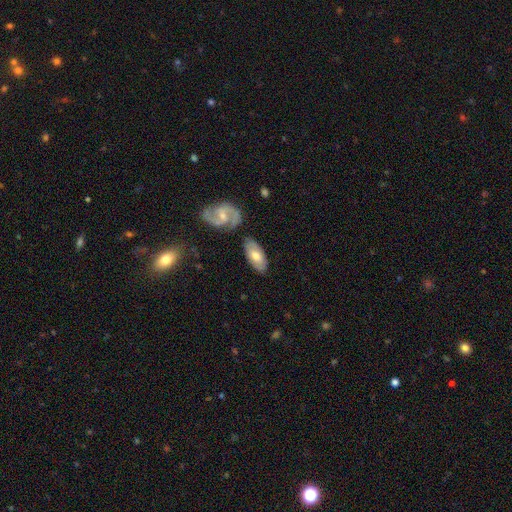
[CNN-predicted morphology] Q: Smooth or featured?
A: smooth (56%); runner-up: featured or disk (38%)
Q: How rounded?
A: in between (90%); runner-up: cigar-shaped (7%)
Q: Merging?
A: none (73%); runner-up: minor disturbance (15%)